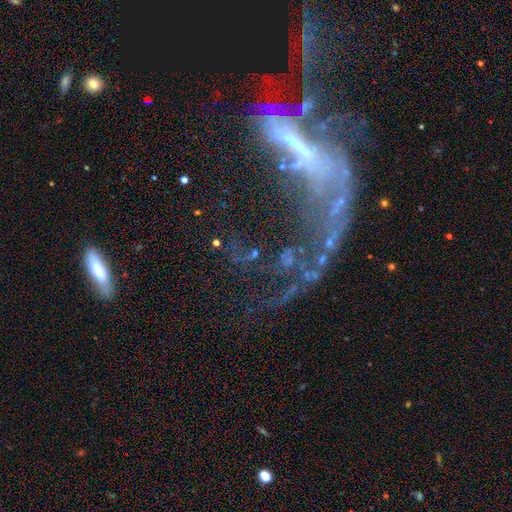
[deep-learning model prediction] This is likely a featured or disk galaxy (69%). It is clearly not viewed edge-on (87%). Bar: possibly no (48%). Spiral arm pattern: possibly yes (56%). Central bulge: marginally small (37%). Merging: possibly major disturbance (48%).